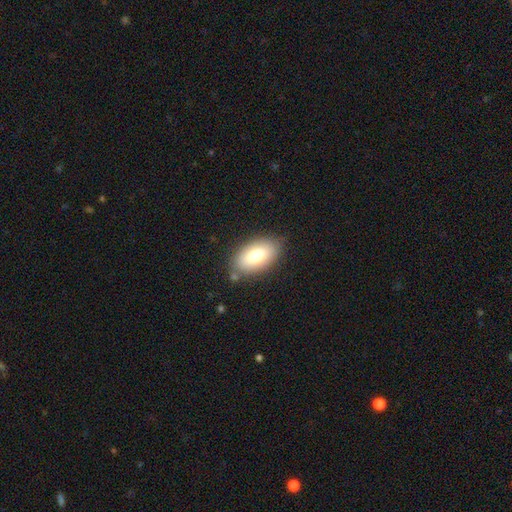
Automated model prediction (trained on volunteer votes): Overall: smooth (78%). How rounded: in between (94%). Merging: none (79%).